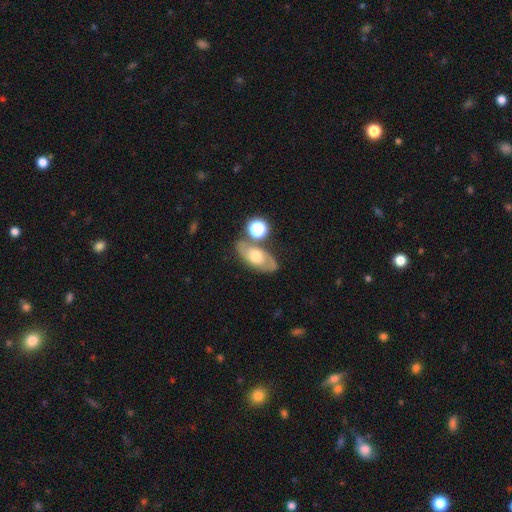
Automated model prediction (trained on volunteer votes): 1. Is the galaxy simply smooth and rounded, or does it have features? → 53% featured or disk, 36% smooth, 10% star or artifact.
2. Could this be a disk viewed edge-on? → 85% no, 15% yes.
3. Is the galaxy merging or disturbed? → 64% none, 16% minor disturbance, 14% merger, 6% major disturbance.